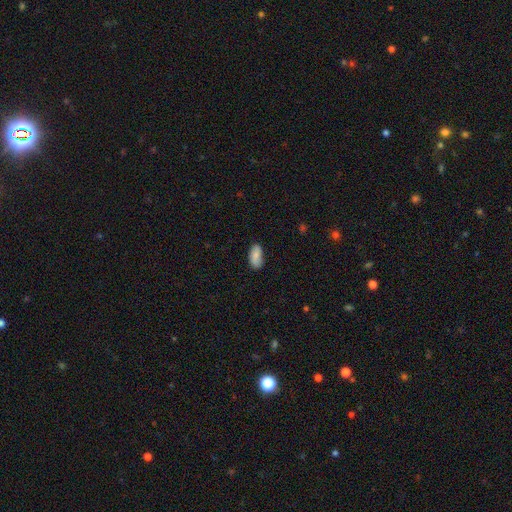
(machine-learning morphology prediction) smooth 85%, featured or disk 8%, star or artifact 7%. Down the decision tree: how rounded — in between (93%); merging — none (79%).